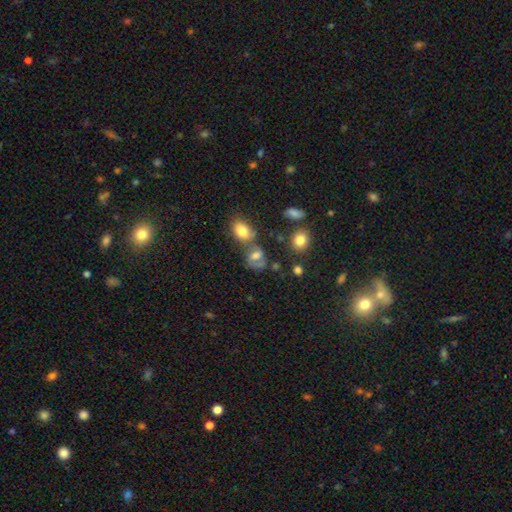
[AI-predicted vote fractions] Overall: smooth (65%). How rounded: in between (62%; round 36%). Merging: none (39%; merger 31%).